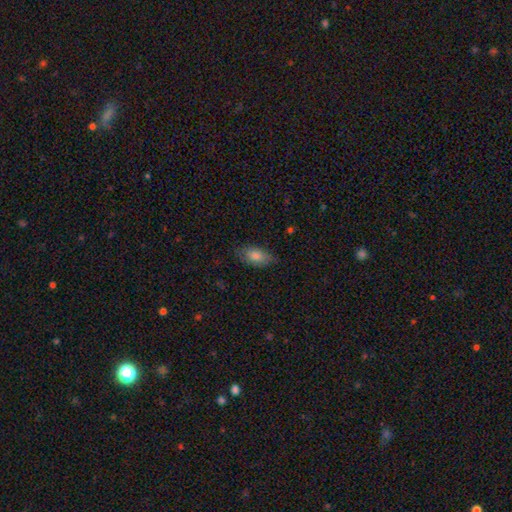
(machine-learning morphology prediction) smooth-or-featured: smooth: 76% | featured or disk: 16% | star or artifact: 8%
  how-rounded: in between: 88% | cigar-shaped: 7% | round: 4%
  merging: none: 77% | minor disturbance: 18% | major disturbance: 4% | merger: 1%